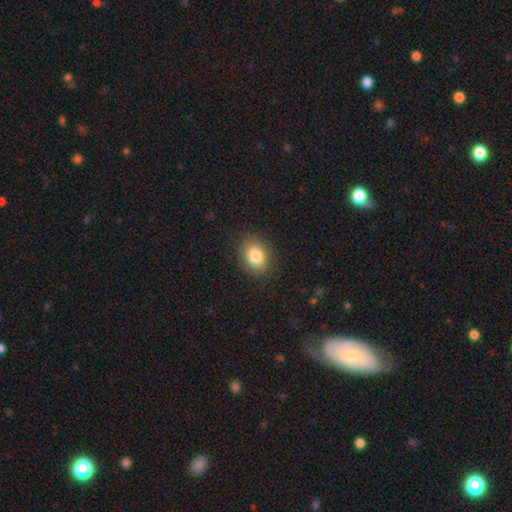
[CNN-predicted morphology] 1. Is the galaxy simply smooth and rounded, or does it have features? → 83% smooth, 9% star or artifact, 8% featured or disk.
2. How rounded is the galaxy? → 68% in between, 31% round, 1% cigar-shaped.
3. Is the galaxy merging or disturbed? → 86% none, 10% minor disturbance, 3% major disturbance, 1% merger.